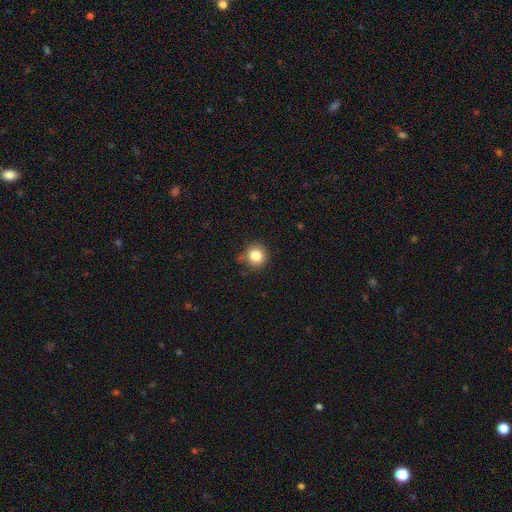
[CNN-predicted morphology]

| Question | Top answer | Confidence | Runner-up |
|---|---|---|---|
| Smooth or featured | smooth | 84% | star or artifact (11%) |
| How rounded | round | 92% | in between (7%) |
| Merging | none | 82% | minor disturbance (13%) |